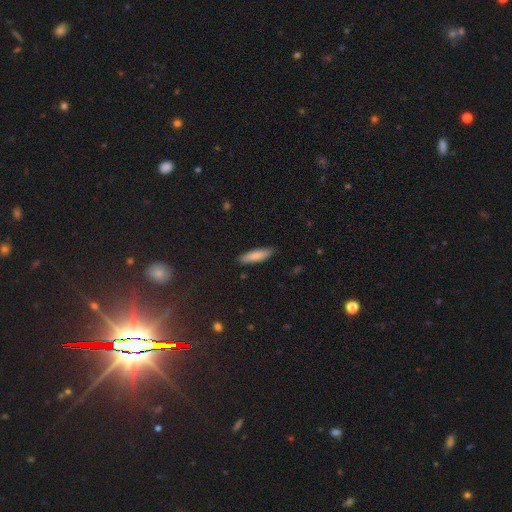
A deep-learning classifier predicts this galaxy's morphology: Smooth or featured? smooth (82%)
How rounded? cigar-shaped (66%)
Merging? none (86%)